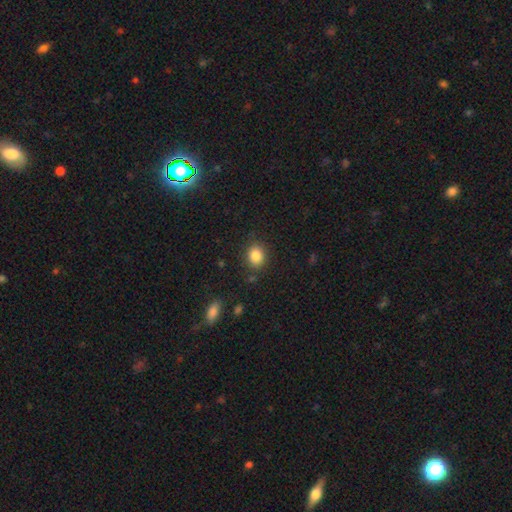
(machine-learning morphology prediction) Smooth or featured: smooth — 85% (star or artifact — 10%)
How rounded: round — 57% (in between — 42%)
Merging: none — 84% (minor disturbance — 11%)